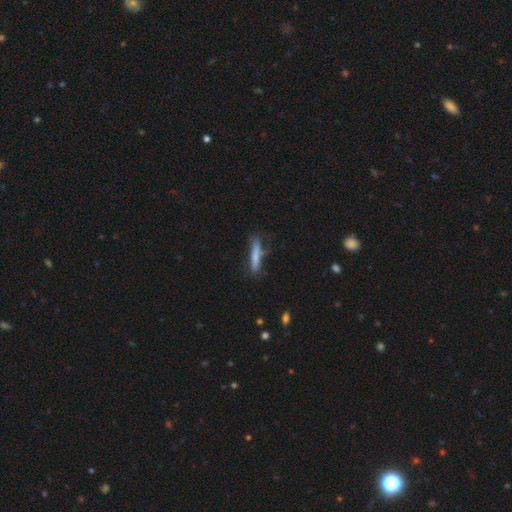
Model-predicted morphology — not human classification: A smooth galaxy with no disk features (73%) that is cigar-shaped (90%). Merging: none (65%).